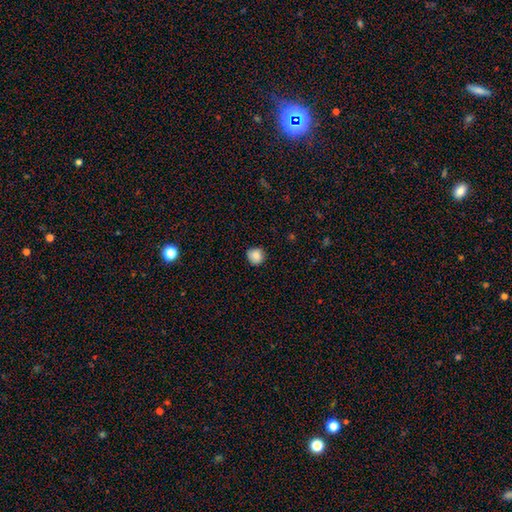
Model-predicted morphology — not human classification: smooth-or-featured: smooth: 86% | star or artifact: 9% | featured or disk: 5%
  how-rounded: round: 90% | in between: 9% | cigar-shaped: 1%
  merging: none: 85% | minor disturbance: 12% | major disturbance: 2% | merger: 1%